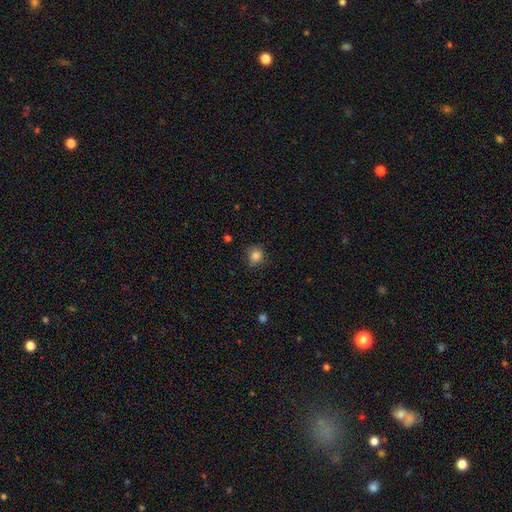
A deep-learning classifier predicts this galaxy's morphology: smooth-or-featured: smooth: 84% | star or artifact: 12% | featured or disk: 5%
  how-rounded: round: 79% | in between: 20% | cigar-shaped: 1%
  merging: none: 76% | minor disturbance: 19% | major disturbance: 4% | merger: 1%